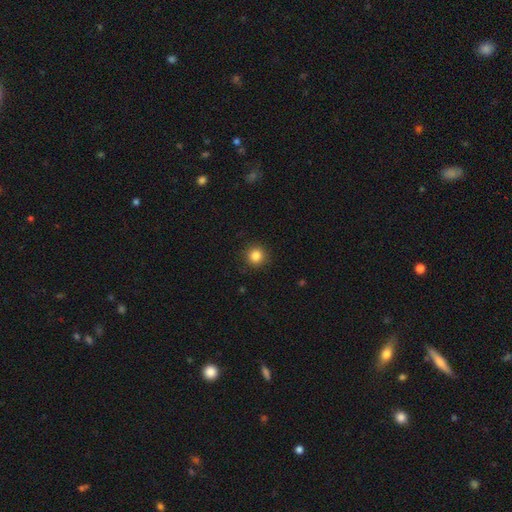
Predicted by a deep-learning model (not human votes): smooth-or-featured: smooth: 85% | star or artifact: 11% | featured or disk: 4%
  how-rounded: round: 94% | in between: 5% | cigar-shaped: 1%
  merging: none: 91% | minor disturbance: 6% | major disturbance: 2% | merger: 1%